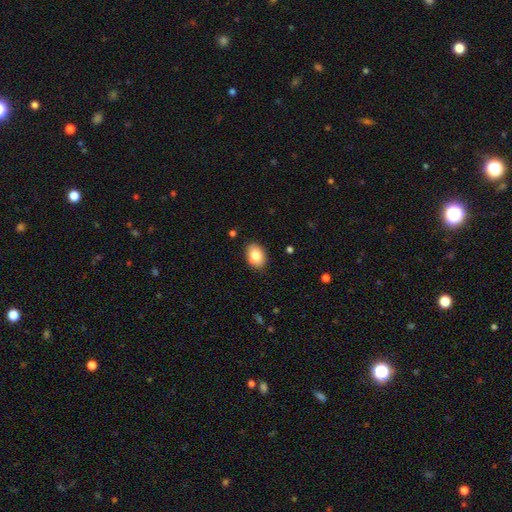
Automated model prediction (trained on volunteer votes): Smooth or featured? smooth (82%)
How rounded? in between (81%)
Merging? none (87%)